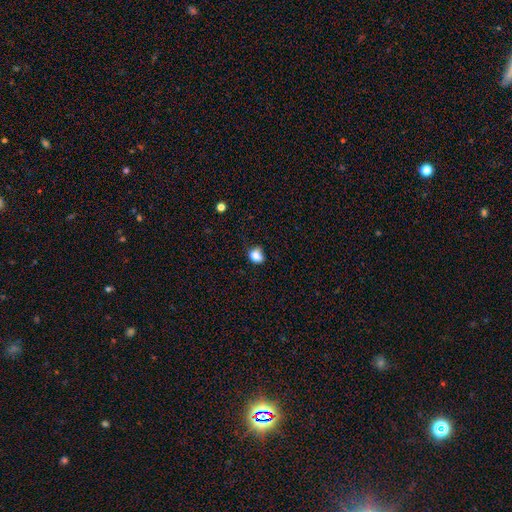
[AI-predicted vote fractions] smooth-or-featured: smooth: 81% | star or artifact: 11% | featured or disk: 8%
  how-rounded: round: 55% | in between: 44% | cigar-shaped: 1%
  merging: none: 54% | minor disturbance: 33% | major disturbance: 10% | merger: 3%